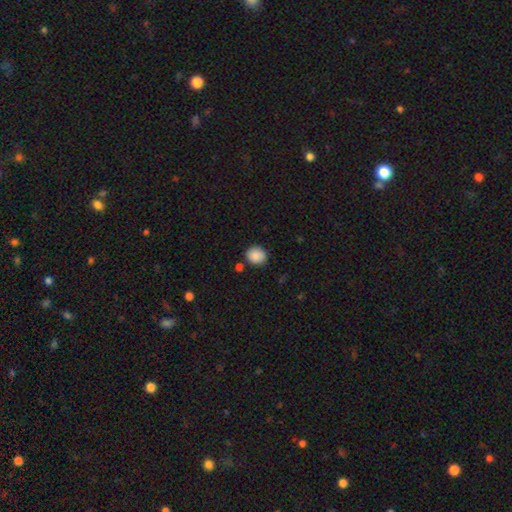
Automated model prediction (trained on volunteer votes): A smooth galaxy with no disk features (88%) that is round (74%).

Vote fractions:
- Smooth or featured? smooth: 88% / star or artifact: 8% / featured or disk: 4%
- How rounded? round: 74% / in between: 25% / cigar-shaped: 1%
- Merging? none: 83% / minor disturbance: 10% / merger: 4% / major disturbance: 2%